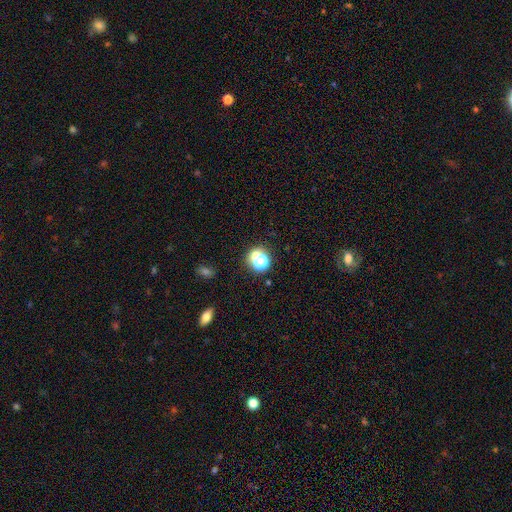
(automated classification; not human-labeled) Smooth or featured?
  - smooth: 53% *
  - star or artifact: 36%
  - featured or disk: 11%
How rounded?
  - round: 78% *
  - in between: 20%
  - cigar-shaped: 1%
Merging?
  - none: 66% *
  - merger: 18%
  - minor disturbance: 11%
  - major disturbance: 6%